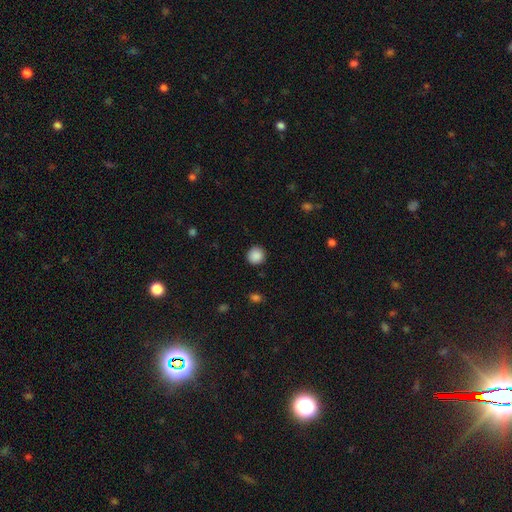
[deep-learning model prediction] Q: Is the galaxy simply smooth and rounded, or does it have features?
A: smooth — 88%.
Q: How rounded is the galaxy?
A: round — 93%.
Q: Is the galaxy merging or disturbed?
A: none — 91%.